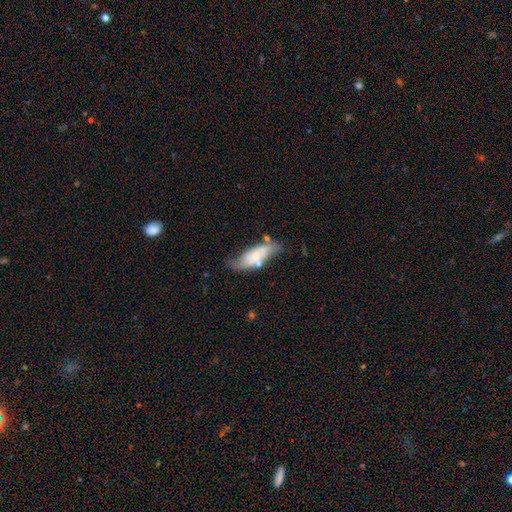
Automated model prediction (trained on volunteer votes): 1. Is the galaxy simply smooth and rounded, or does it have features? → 51% smooth, 42% featured or disk, 7% star or artifact.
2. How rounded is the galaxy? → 70% in between, 27% cigar-shaped, 3% round.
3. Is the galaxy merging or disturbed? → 49% none, 28% minor disturbance, 11% merger, 11% major disturbance.